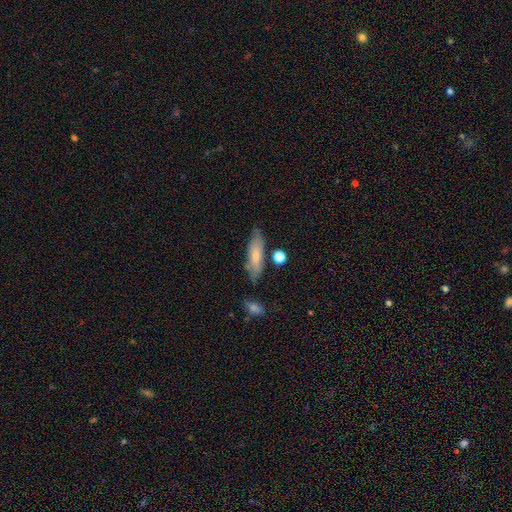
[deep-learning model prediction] Smooth or featured?
  - smooth: 68% *
  - featured or disk: 25%
  - star or artifact: 7%
How rounded?
  - in between: 50% *
  - cigar-shaped: 47%
  - round: 2%
Merging?
  - none: 70% *
  - minor disturbance: 19%
  - merger: 6%
  - major disturbance: 5%